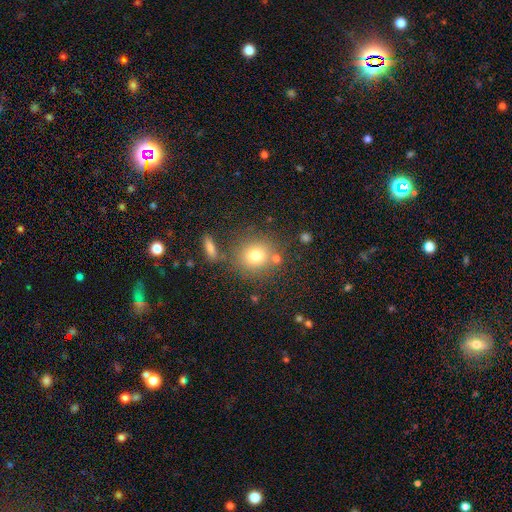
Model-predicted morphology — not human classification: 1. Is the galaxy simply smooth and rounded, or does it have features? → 75% smooth, 14% star or artifact, 11% featured or disk.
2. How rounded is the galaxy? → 85% round, 13% in between, 1% cigar-shaped.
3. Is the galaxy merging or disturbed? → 76% none, 10% minor disturbance, 10% merger, 4% major disturbance.